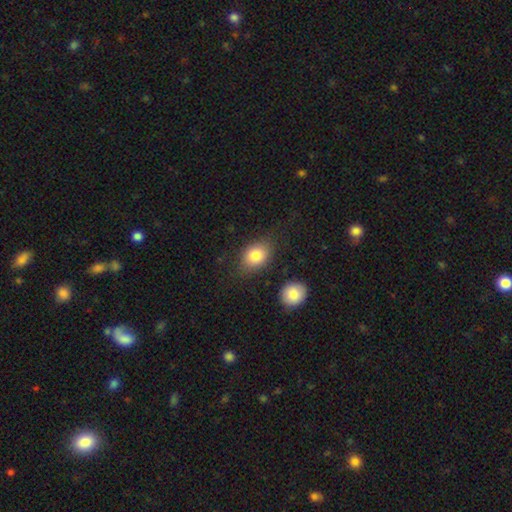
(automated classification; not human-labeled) Morphology: type=smooth (81%); roundness=in between (68%); merging=none (75%).